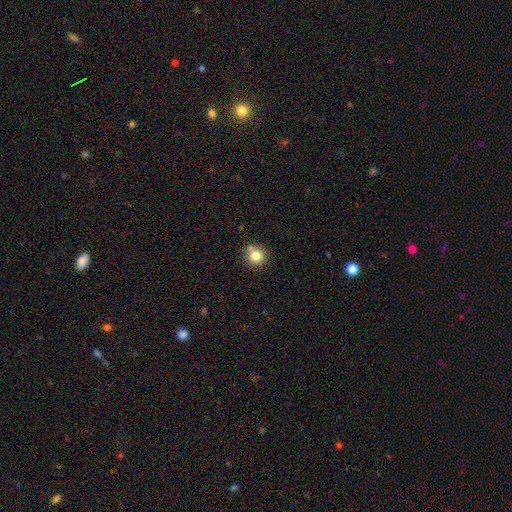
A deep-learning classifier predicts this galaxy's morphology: Overall: smooth (80%). How rounded: round (89%). Merging: none (72%).